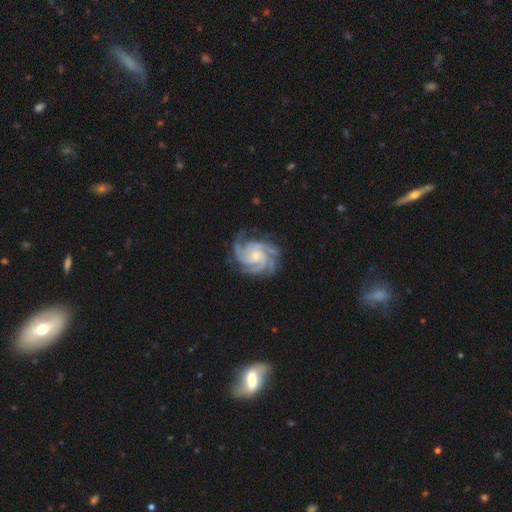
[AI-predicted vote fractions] Overall: featured or disk (92%). Edge-on disk: no (98%). Bar: no (68%). Spiral arms: yes (99%). Spiral arm count: 4 (39%; 3 31%). Spiral winding: tight (64%; medium 32%). Bulge size: moderate (43%, tied with small). Merging: none (77%).